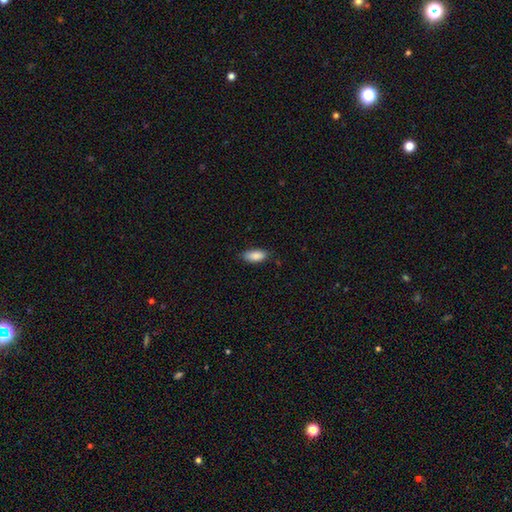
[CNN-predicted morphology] A smooth galaxy with no disk features (88%) that is in between round and cigar-shaped (86%).

Vote fractions:
- Smooth or featured? smooth: 88% / star or artifact: 7% / featured or disk: 5%
- How rounded? in between: 86% / cigar-shaped: 12% / round: 2%
- Merging? none: 80% / minor disturbance: 16% / major disturbance: 3% / merger: 1%